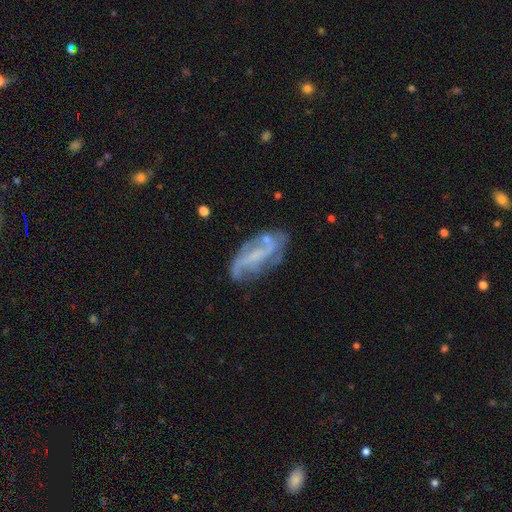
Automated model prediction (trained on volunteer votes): Smooth or featured? Predicted: featured or disk (p=0.74). Edge-on disk? Predicted: no (p=0.92). Bar? Predicted: weak (p=0.39). Spiral arms? Predicted: yes (p=0.83). Spiral winding? Predicted: loose (p=0.45). Spiral arm count? Predicted: 2 (p=0.56). Bulge size? Predicted: none (p=0.46). Merging? Predicted: none (p=0.58).